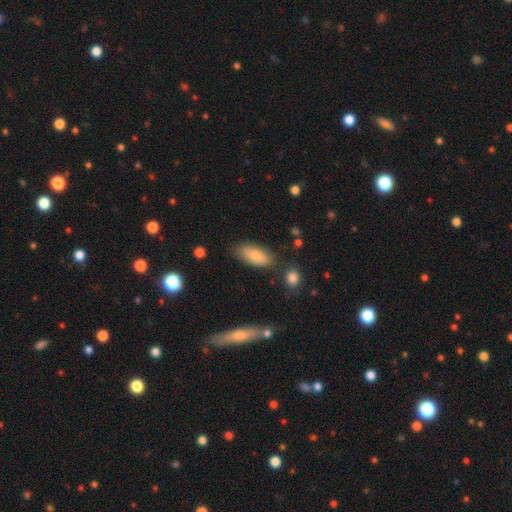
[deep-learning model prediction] Smooth or featured?
  - smooth: 79% *
  - featured or disk: 14%
  - star or artifact: 7%
How rounded?
  - in between: 87% *
  - cigar-shaped: 11%
  - round: 3%
Merging?
  - none: 75% *
  - minor disturbance: 16%
  - merger: 5%
  - major disturbance: 4%